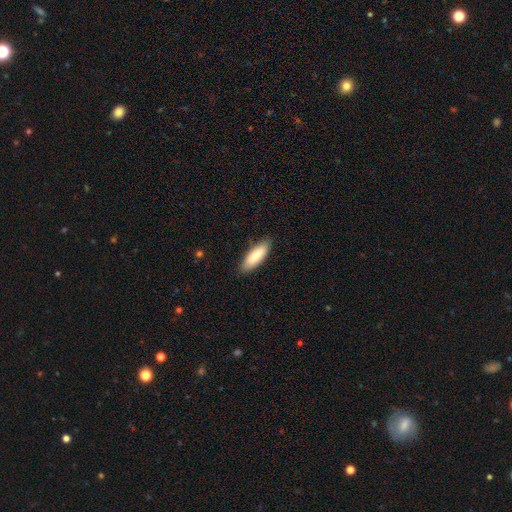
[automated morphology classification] Q: Smooth or featured?
A: smooth (80%); runner-up: featured or disk (14%)
Q: How rounded?
A: in between (56%); runner-up: cigar-shaped (42%)
Q: Merging?
A: none (86%); runner-up: minor disturbance (10%)